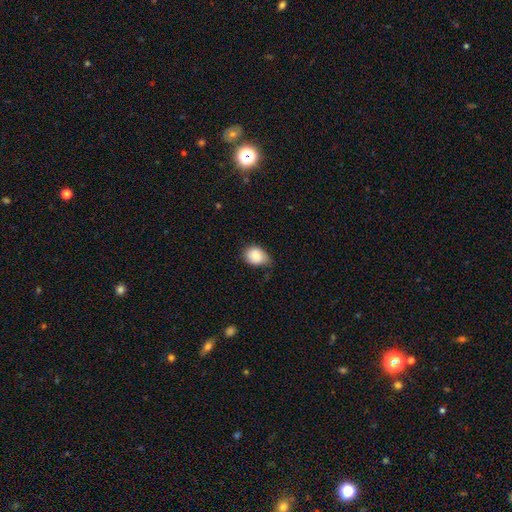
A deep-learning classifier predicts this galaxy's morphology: Smooth or featured? Predicted: smooth (p=0.84). How rounded? Predicted: in between (p=0.55). Merging? Predicted: none (p=0.49).